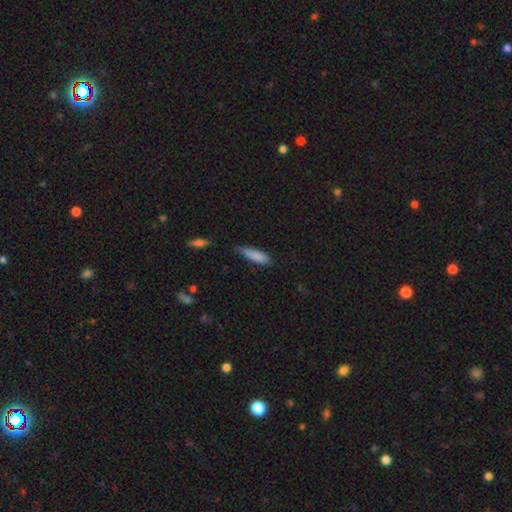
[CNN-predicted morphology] Smooth or featured?
  - smooth: 84% *
  - featured or disk: 9%
  - star or artifact: 7%
How rounded?
  - cigar-shaped: 66% *
  - in between: 33%
  - round: 2%
Merging?
  - none: 63% *
  - minor disturbance: 30%
  - major disturbance: 5%
  - merger: 2%